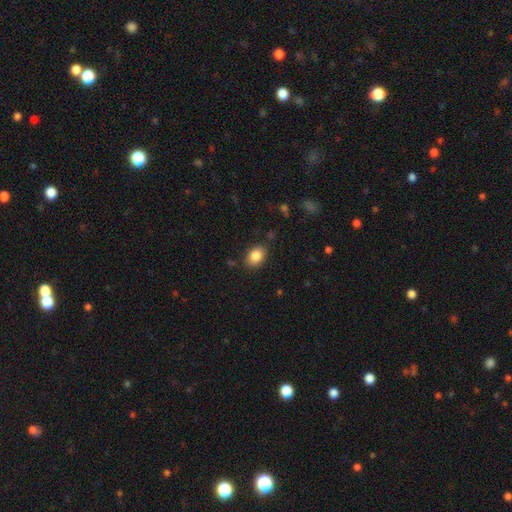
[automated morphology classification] smooth 85%, star or artifact 9%, featured or disk 6%. Down the decision tree: how rounded — in between (73%); merging — none (84%).